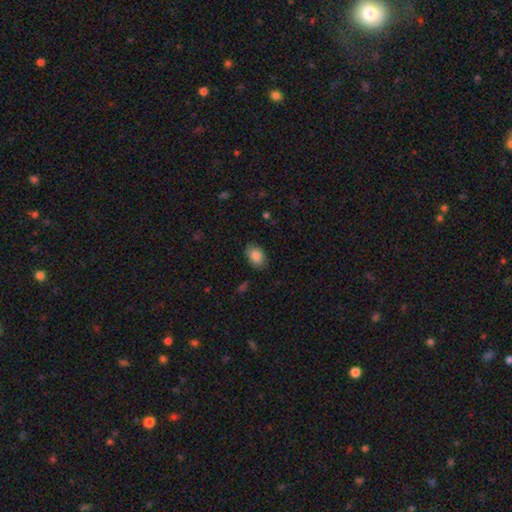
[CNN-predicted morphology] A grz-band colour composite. It shows a smooth galaxy with no disk features (85%) that is in between round and cigar-shaped (84%). Merging: none (78%).